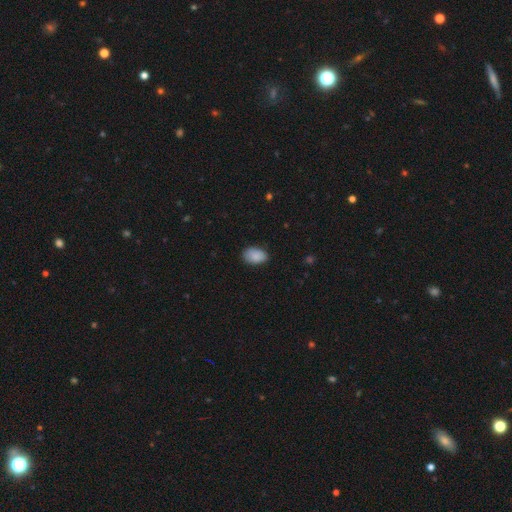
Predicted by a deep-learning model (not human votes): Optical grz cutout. It shows a smooth galaxy with no disk features (88%) that is in between round and cigar-shaped (89%). Merging: none (81%).